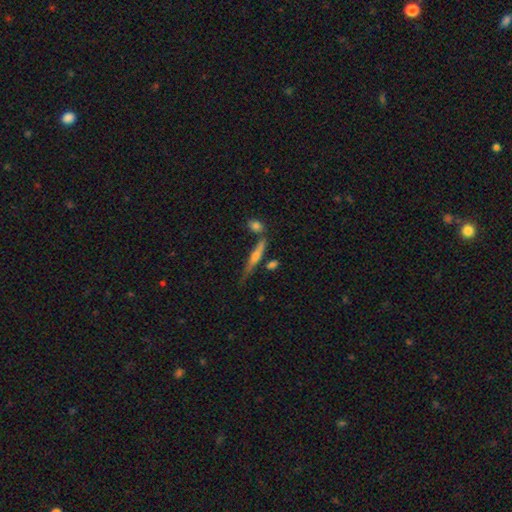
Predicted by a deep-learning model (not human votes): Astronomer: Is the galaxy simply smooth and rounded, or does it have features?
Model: featured or disk — 55% (runner-up: smooth, 37%).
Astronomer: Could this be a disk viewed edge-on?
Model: yes — 93%.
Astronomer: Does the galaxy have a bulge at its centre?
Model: rounded — 76%.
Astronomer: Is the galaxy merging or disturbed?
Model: none — 63%.